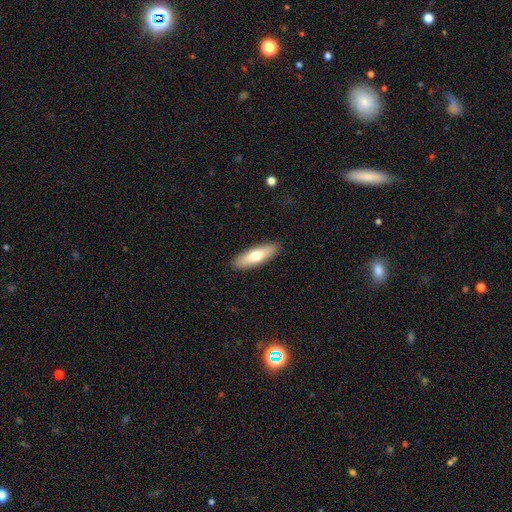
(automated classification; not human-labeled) smooth_or_featured: smooth (p=0.66) [alt: featured or disk p=0.28]
how_rounded: cigar-shaped (p=0.54) [alt: in between p=0.44]
merging: none (p=0.90) [alt: minor disturbance p=0.07]